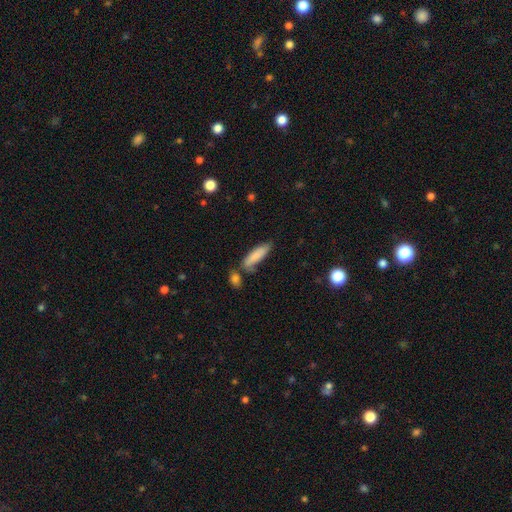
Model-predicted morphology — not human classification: This appears to be a smooth galaxy with no disk features (82%) that is cigar-shaped (51%). Merging: none (57%).